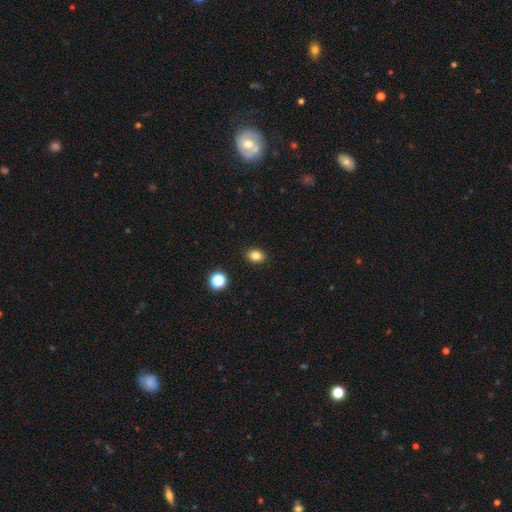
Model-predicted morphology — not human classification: Smooth or featured: smooth — 82% (star or artifact — 12%)
How rounded: in between — 59% (round — 40%)
Merging: none — 90% (minor disturbance — 7%)